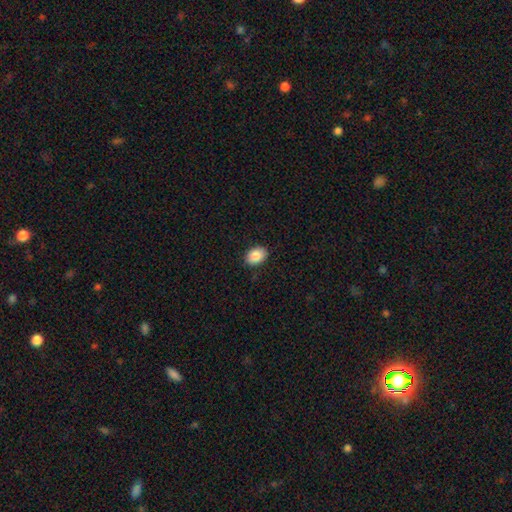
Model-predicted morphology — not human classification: This appears to be a smooth galaxy with no disk features (89%) that is in between round and cigar-shaped (80%). Merging: none (87%).